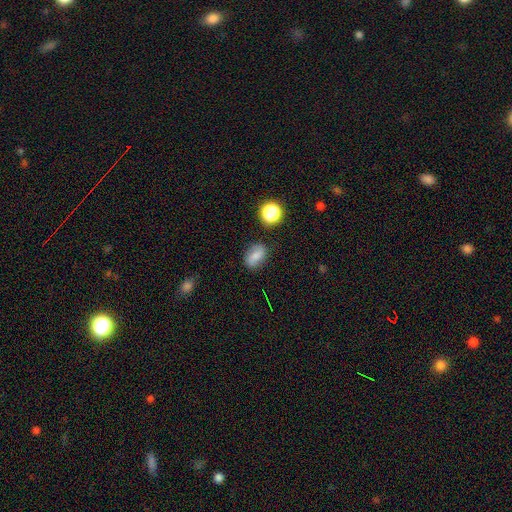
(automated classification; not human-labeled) Morphology: type=smooth (72%); roundness=in between (79%); merging=none (76%).